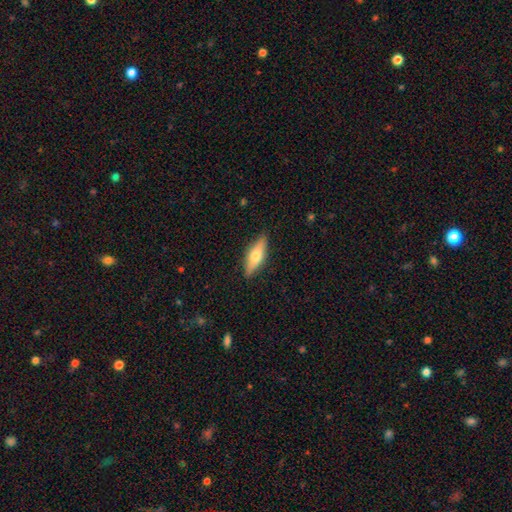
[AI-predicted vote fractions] Overall: smooth (56%; featured or disk 38%). How rounded: in between (57%; cigar-shaped 41%). Merging: none (87%).